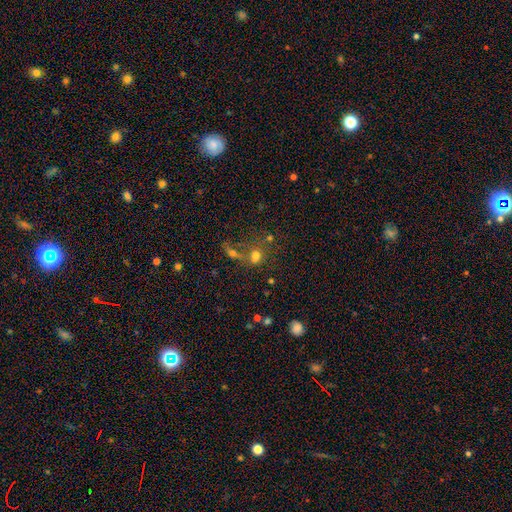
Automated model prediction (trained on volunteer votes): Smooth or featured?
  - smooth: 62% *
  - star or artifact: 20%
  - featured or disk: 18%
How rounded?
  - round: 66% *
  - in between: 32%
  - cigar-shaped: 2%
Merging?
  - merger: 49% *
  - none: 33%
  - minor disturbance: 9%
  - major disturbance: 8%